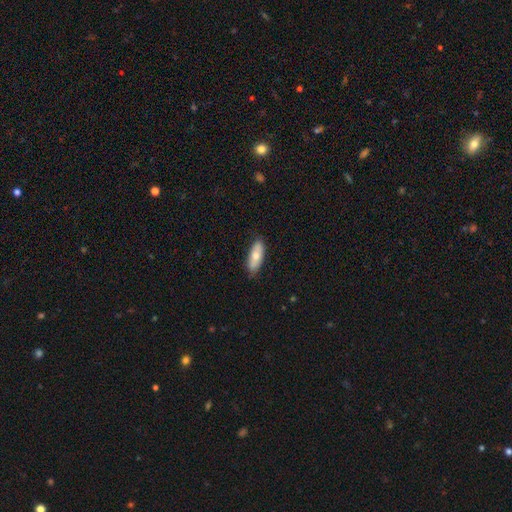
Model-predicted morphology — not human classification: Smooth or featured? Predicted: smooth (p=0.68). How rounded? Predicted: in between (p=0.72). Merging? Predicted: none (p=0.80).